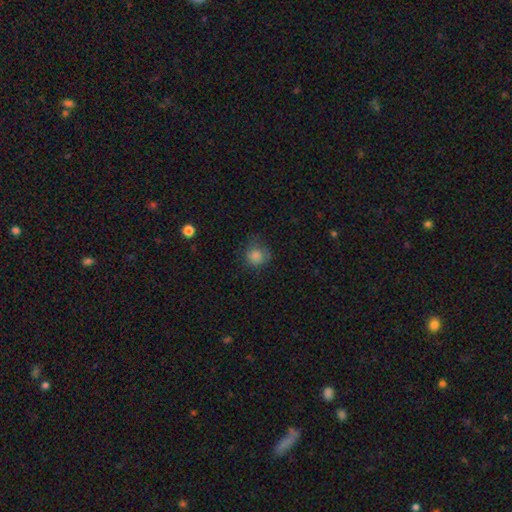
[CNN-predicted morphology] smooth 82%, star or artifact 11%, featured or disk 7%. Down the decision tree: how rounded — round (84%); merging — none (63%).